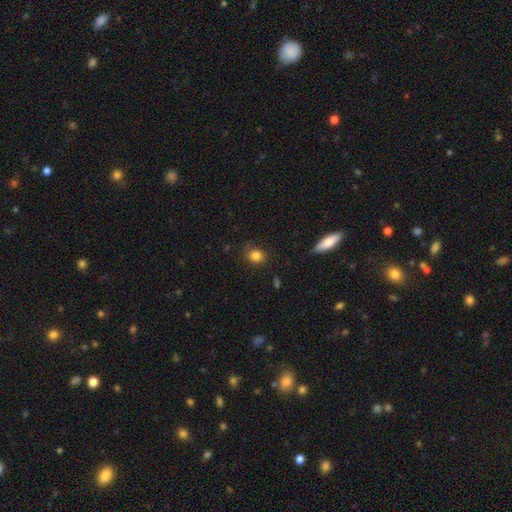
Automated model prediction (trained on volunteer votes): Q: Smooth or featured?
A: smooth (84%); runner-up: star or artifact (11%)
Q: How rounded?
A: round (78%); runner-up: in between (21%)
Q: Merging?
A: none (77%); runner-up: minor disturbance (17%)